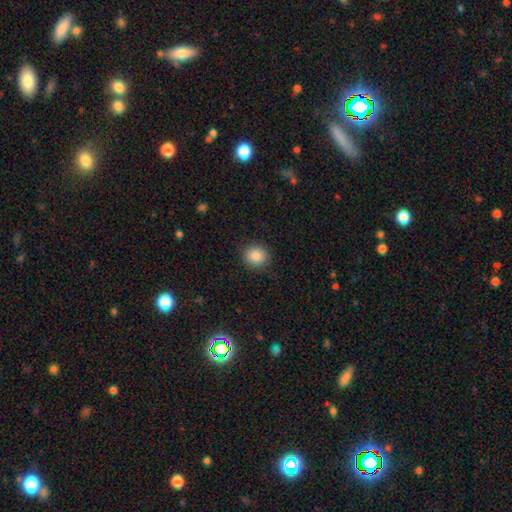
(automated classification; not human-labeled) smooth-or-featured: smooth: 87% | star or artifact: 9% | featured or disk: 4%
  how-rounded: round: 88% | in between: 11% | cigar-shaped: 1%
  merging: none: 89% | minor disturbance: 8% | major disturbance: 2% | merger: 1%